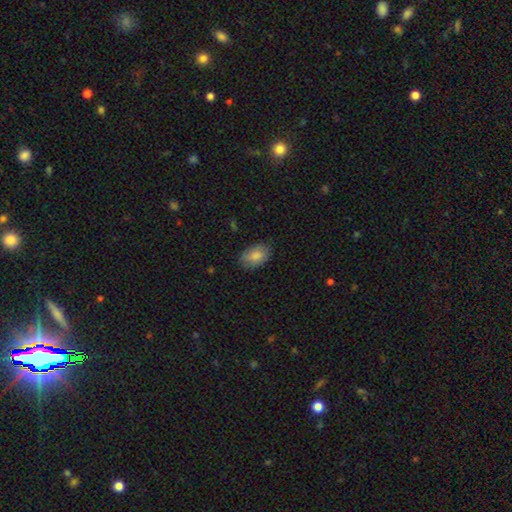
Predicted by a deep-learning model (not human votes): The model was most divided on "merging": none: 82%, minor disturbance: 14%, major disturbance: 3%, merger: 1%. More confident: how rounded — in between (88%); smooth or featured — smooth (85%).